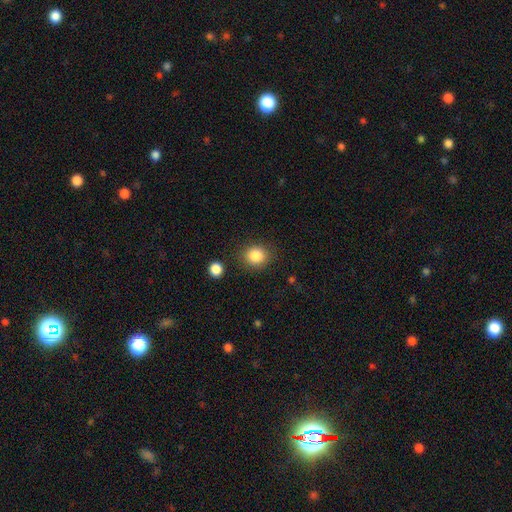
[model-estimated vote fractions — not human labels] A smooth galaxy with no disk features (86%) that is round (81%). Merging: none (85%).